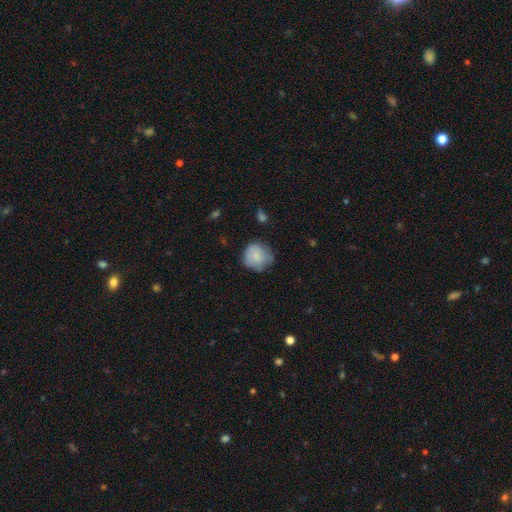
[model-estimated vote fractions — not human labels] A smooth galaxy with no disk features (76%) that is round (86%). Merging: none (64%).